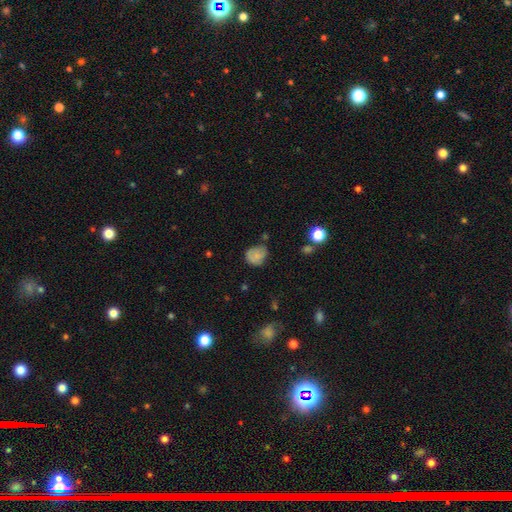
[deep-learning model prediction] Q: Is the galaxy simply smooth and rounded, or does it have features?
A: smooth — 70%.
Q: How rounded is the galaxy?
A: round — 62%.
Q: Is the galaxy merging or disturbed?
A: none — 49%.